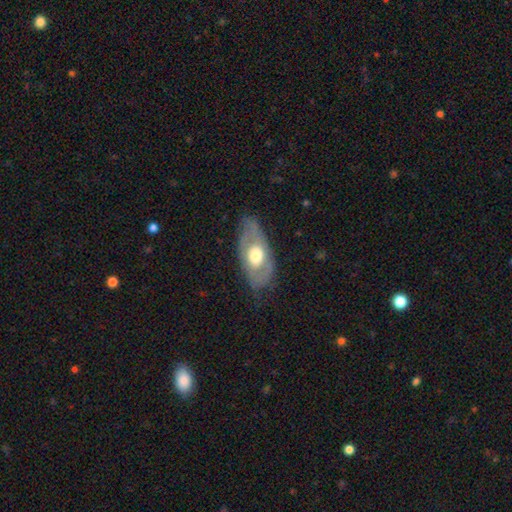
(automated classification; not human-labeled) smooth-or-featured: featured or disk: 54% | smooth: 40% | star or artifact: 5%
  disk-edge-on: no: 84% | yes: 16%
  merging: none: 69% | minor disturbance: 21% | major disturbance: 8% | merger: 1%